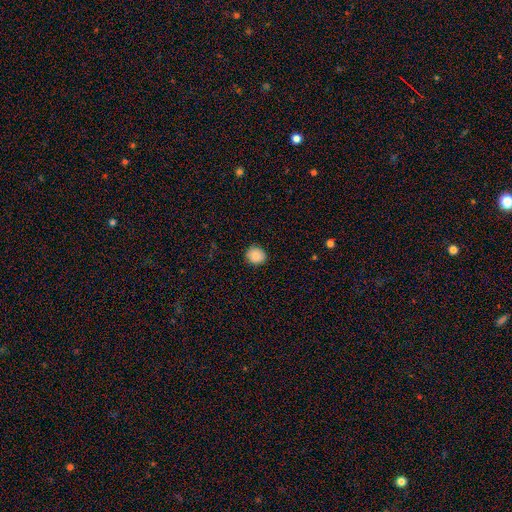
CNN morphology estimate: Overall: smooth (87%). How rounded: round (84%). Merging: none (90%).